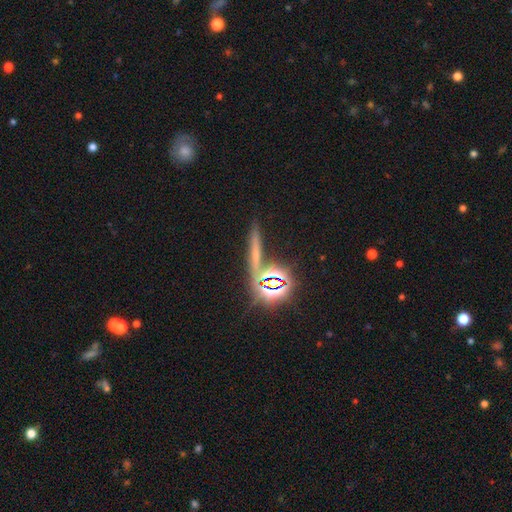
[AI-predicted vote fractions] Smooth or featured? Predicted: star or artifact (p=0.45).